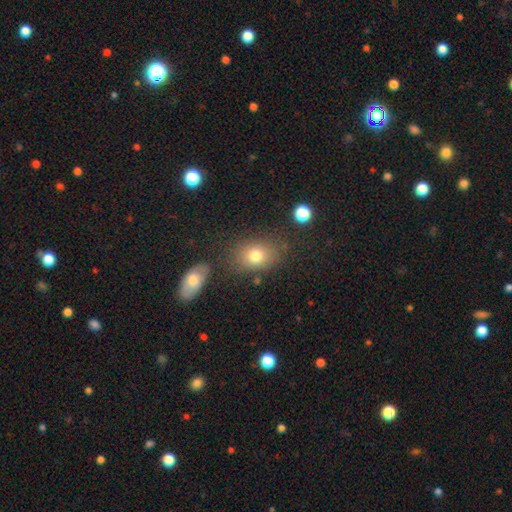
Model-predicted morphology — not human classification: Smooth or featured?
  - smooth: 77% *
  - featured or disk: 12%
  - star or artifact: 11%
How rounded?
  - in between: 70% *
  - round: 29%
  - cigar-shaped: 1%
Merging?
  - none: 72% *
  - minor disturbance: 14%
  - merger: 9%
  - major disturbance: 5%